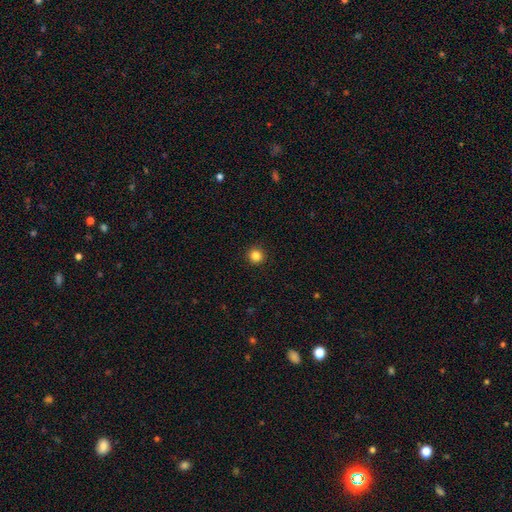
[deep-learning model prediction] smooth 85%, star or artifact 12%, featured or disk 3%. Down the decision tree: how rounded — round (95%); merging — none (93%).